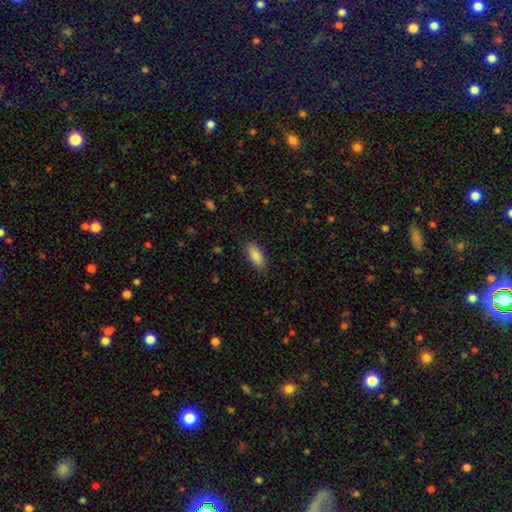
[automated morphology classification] Smooth or featured: smooth — 89% (star or artifact — 7%)
How rounded: in between — 89% (cigar-shaped — 9%)
Merging: none — 87% (minor disturbance — 10%)